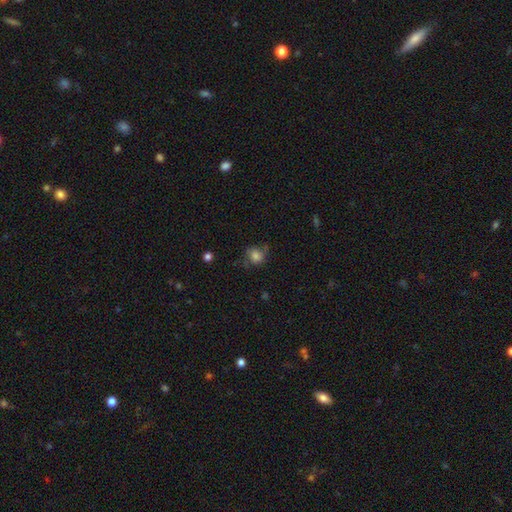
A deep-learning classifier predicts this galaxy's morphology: A smooth galaxy with no disk features (66%) that is round (73%). Merging: none (59%).